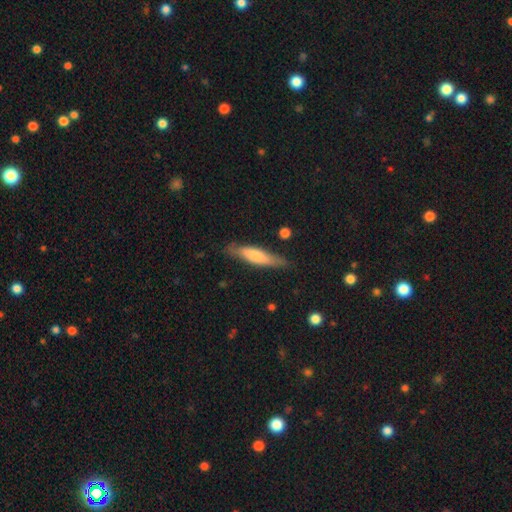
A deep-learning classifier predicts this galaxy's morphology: This appears to be a smooth galaxy with no disk features (63%) that is cigar-shaped (76%). Merging: none (79%).